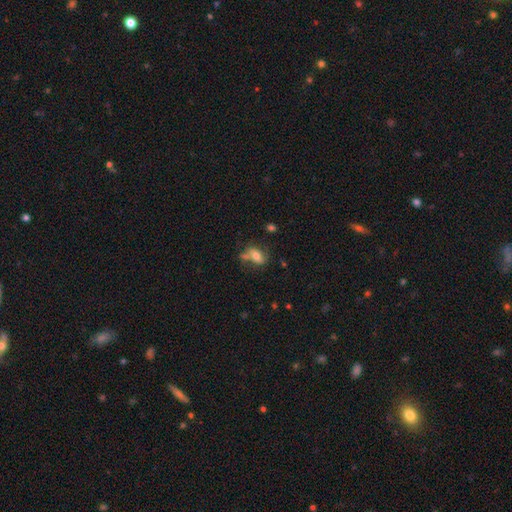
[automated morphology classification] This appears to be a smooth galaxy with no disk features (62%) that is in between round and cigar-shaped (81%). Merging: none (49%).